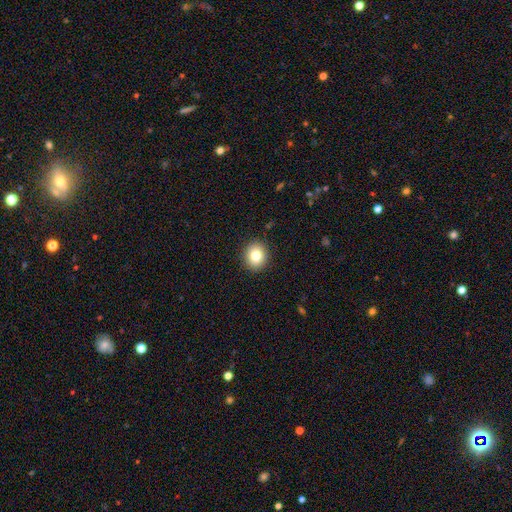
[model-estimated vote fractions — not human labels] A smooth galaxy with no disk features (81%) that is round (78%).

Vote fractions:
- Smooth or featured? smooth: 81% / star or artifact: 10% / featured or disk: 9%
- How rounded? round: 78% / in between: 21% / cigar-shaped: 1%
- Merging? none: 91% / minor disturbance: 7% / major disturbance: 2% / merger: 1%